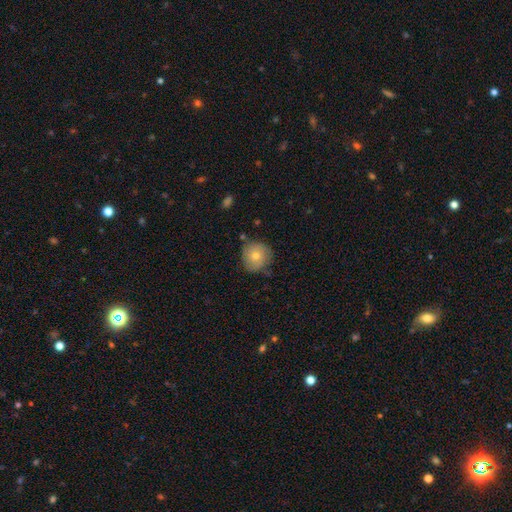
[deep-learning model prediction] A smooth galaxy with no disk features (62%) that is round (92%). Merging: none (78%).